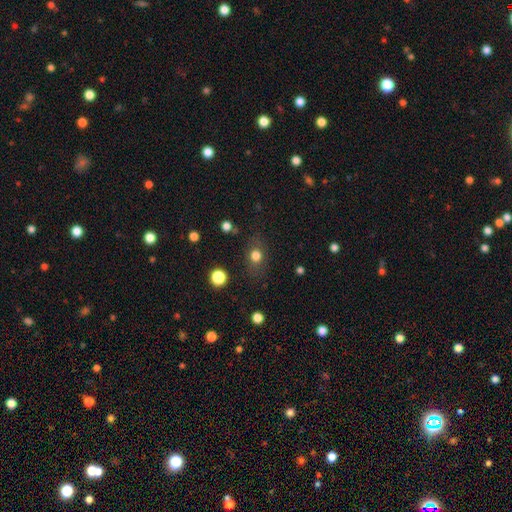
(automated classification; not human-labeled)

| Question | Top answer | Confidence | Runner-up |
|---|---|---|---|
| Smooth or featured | smooth | 76% | star or artifact (14%) |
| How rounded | round | 56% | in between (42%) |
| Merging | none | 77% | minor disturbance (14%) |